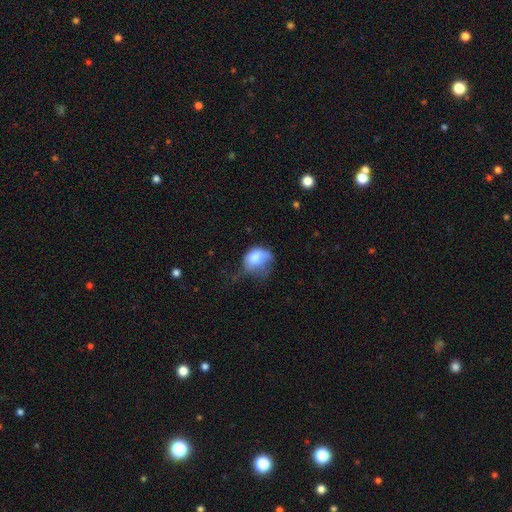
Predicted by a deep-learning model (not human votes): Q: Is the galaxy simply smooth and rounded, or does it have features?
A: smooth — 71%.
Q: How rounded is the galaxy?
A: in between — 50%.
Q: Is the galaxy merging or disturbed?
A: major disturbance — 36%.